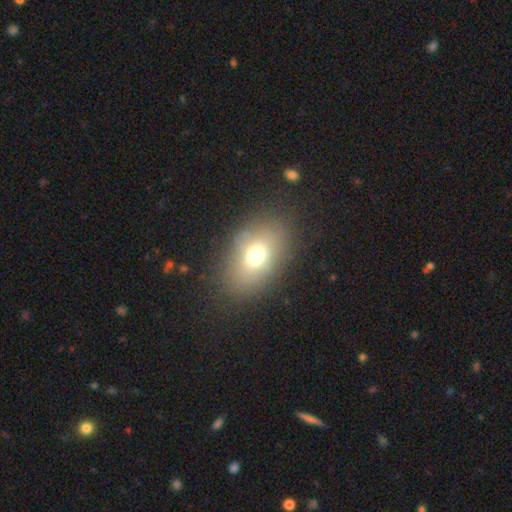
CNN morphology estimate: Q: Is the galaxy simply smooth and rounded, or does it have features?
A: smooth — 71%.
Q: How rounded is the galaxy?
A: in between — 84%.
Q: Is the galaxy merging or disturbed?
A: none — 79%.